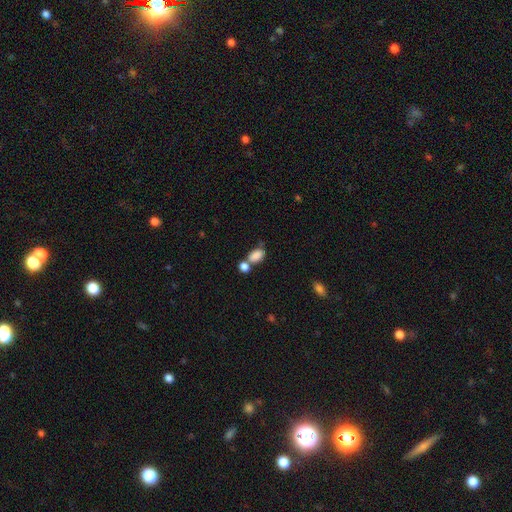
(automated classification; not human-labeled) Overall: smooth (84%). How rounded: in between (87%). Merging: merger (46%; none 36%).